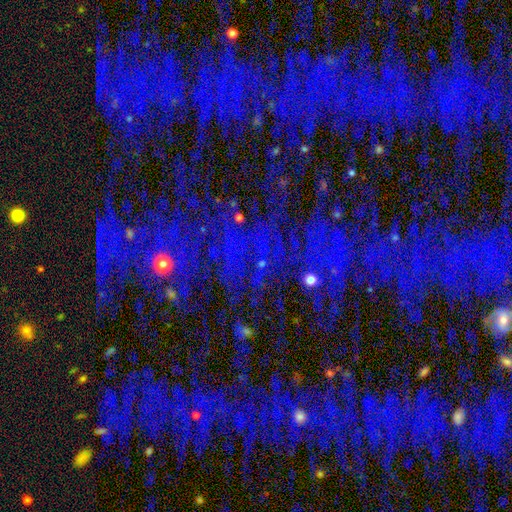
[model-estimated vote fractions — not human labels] This is likely a star or artifact rather than a galaxy (80%).